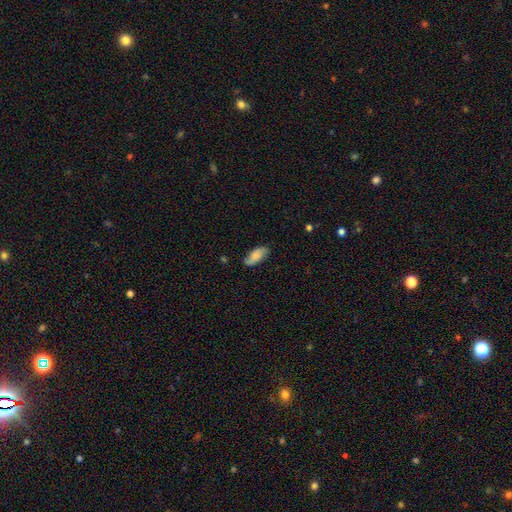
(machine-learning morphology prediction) smooth 67%, featured or disk 26%, star or artifact 7%. Down the decision tree: how rounded — in between (88%); merging — none (73%).